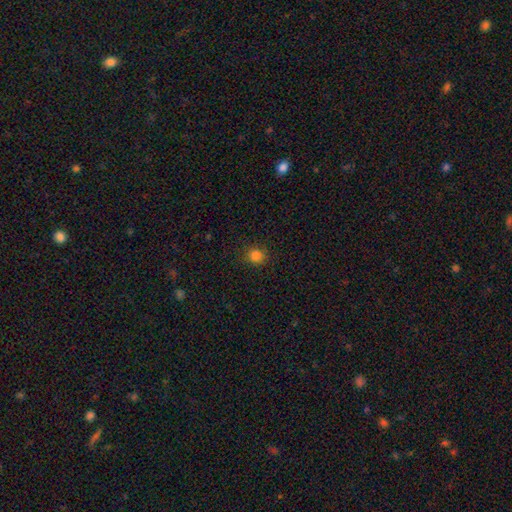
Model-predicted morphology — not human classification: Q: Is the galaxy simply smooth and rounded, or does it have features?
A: smooth — 83%.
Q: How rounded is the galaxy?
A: round — 88%.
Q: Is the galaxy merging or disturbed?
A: none — 88%.